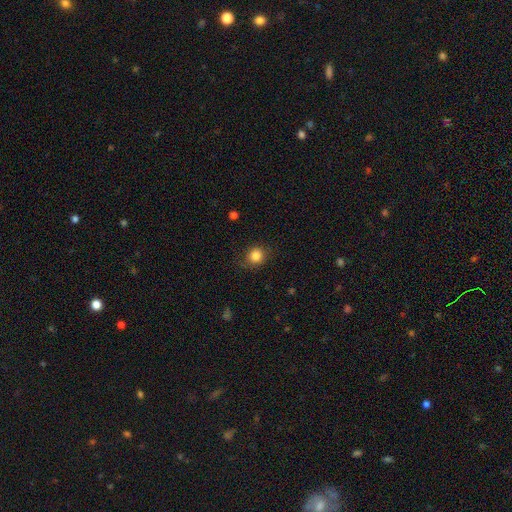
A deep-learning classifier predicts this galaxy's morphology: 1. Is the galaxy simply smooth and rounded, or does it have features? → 84% smooth, 11% star or artifact, 5% featured or disk.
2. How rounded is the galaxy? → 86% round, 13% in between, 1% cigar-shaped.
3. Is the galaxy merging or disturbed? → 83% none, 12% minor disturbance, 4% major disturbance, 1% merger.